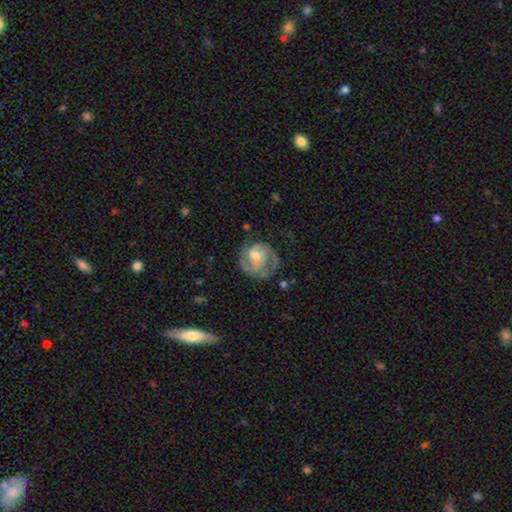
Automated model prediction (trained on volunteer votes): This appears to be a featured or disk galaxy (75%) with no bar (53%), 2 (43%) tight (44%) spiral arms (88%) and a moderate central bulge (54%). Merging: none (57%).